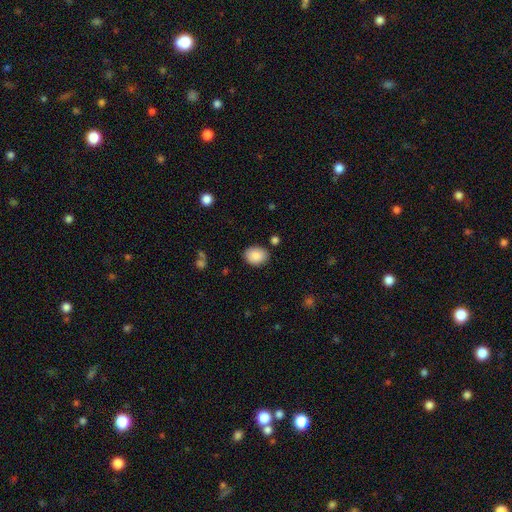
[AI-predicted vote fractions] A smooth galaxy with no disk features (88%) that is in between round and cigar-shaped (62%). Merging: none (83%).